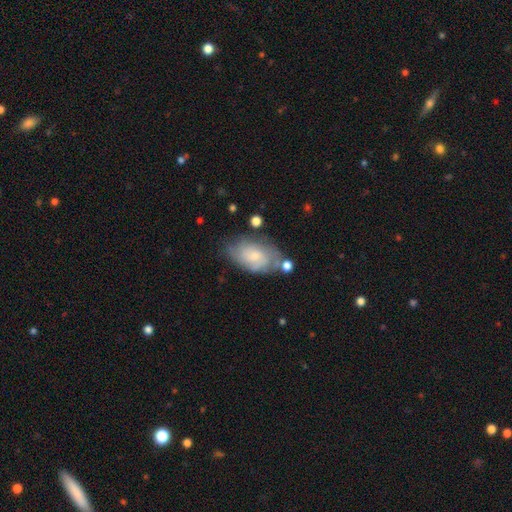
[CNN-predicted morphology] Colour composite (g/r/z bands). It shows a featured or disk galaxy (50%). Merging: none (60%).